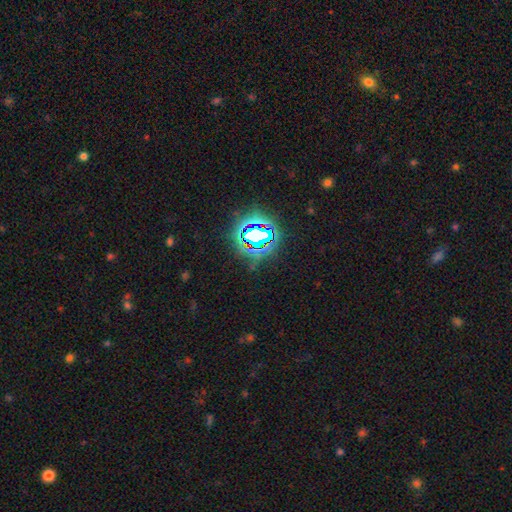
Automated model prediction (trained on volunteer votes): This appears to be a star or artifact, not a galaxy (81%).